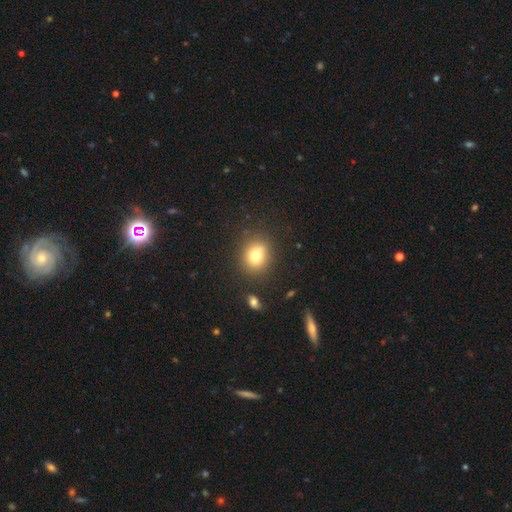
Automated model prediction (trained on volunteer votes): A smooth galaxy with no disk features (76%) that is round (71%). Merging: none (83%).